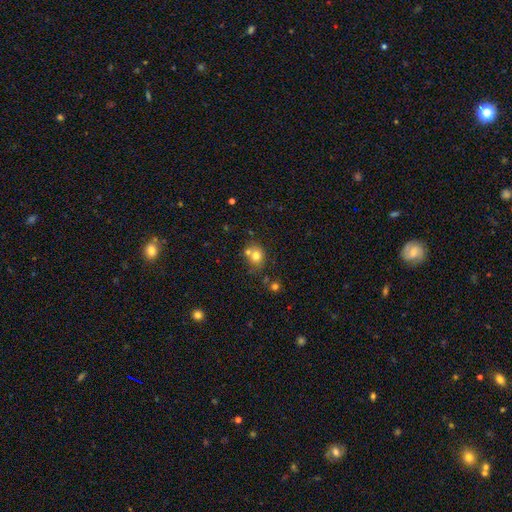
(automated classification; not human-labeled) A smooth galaxy with no disk features (74%) that is round (69%). Merging: none (52%).